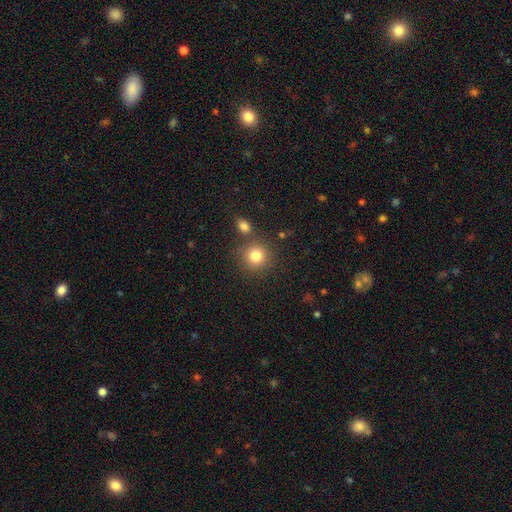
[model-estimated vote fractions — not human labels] Morphology: type=smooth (81%); roundness=round (91%); merging=none (77%).